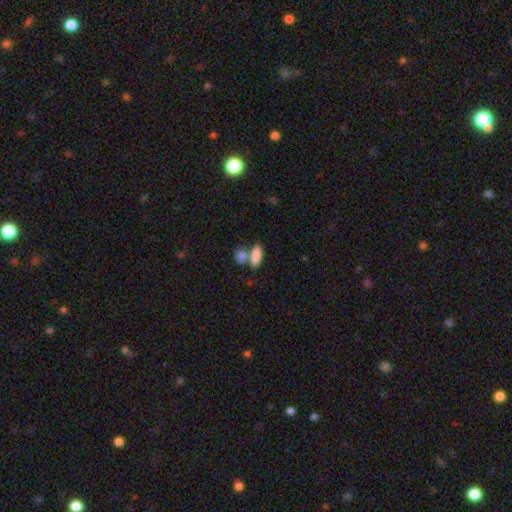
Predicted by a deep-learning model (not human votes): Smooth or featured: smooth — 85% (featured or disk — 8%)
How rounded: in between — 79% (cigar-shaped — 16%)
Merging: merger — 45% (none — 41%)